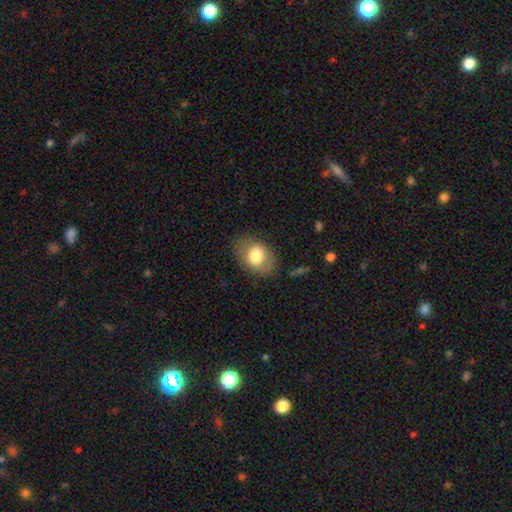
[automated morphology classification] This appears to be a smooth galaxy with no disk features (75%) that is in between round and cigar-shaped (75%). Merging: none (75%).